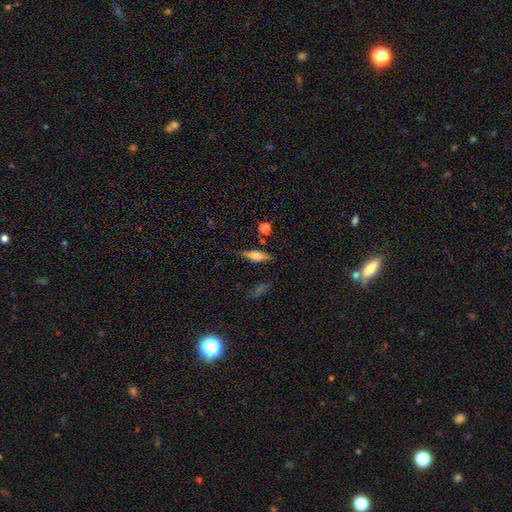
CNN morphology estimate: Smooth or featured?
  - smooth: 46% *
  - featured or disk: 45%
  - star or artifact: 8%
Merging?
  - none: 80% *
  - minor disturbance: 12%
  - merger: 4%
  - major disturbance: 3%